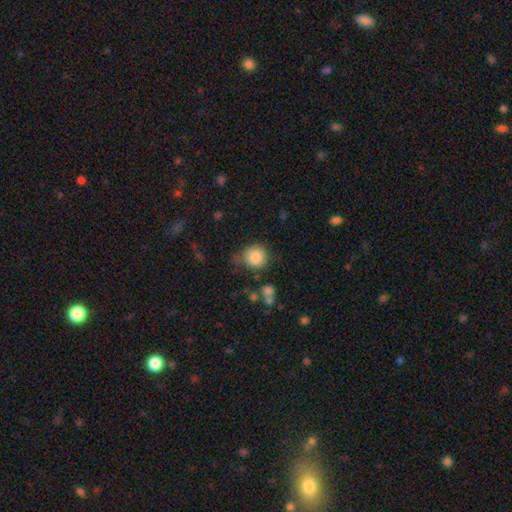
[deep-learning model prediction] Q: Smooth or featured?
A: smooth (84%); runner-up: star or artifact (9%)
Q: How rounded?
A: round (85%); runner-up: in between (14%)
Q: Merging?
A: none (59%); runner-up: minor disturbance (27%)